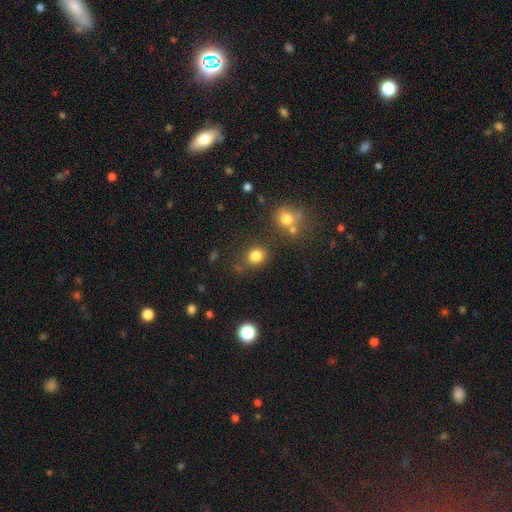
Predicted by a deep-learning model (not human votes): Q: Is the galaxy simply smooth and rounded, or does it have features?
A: smooth — 81%.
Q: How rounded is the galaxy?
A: round — 76%.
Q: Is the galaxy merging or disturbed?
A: none — 76%.